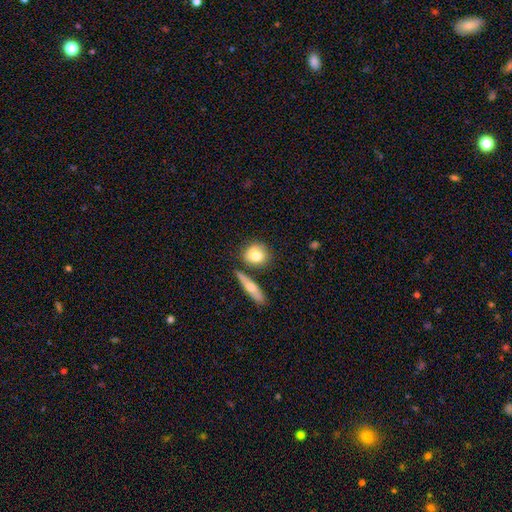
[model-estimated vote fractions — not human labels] Morphology: type=smooth (72%); roundness=round (66%); merging=none (56%).